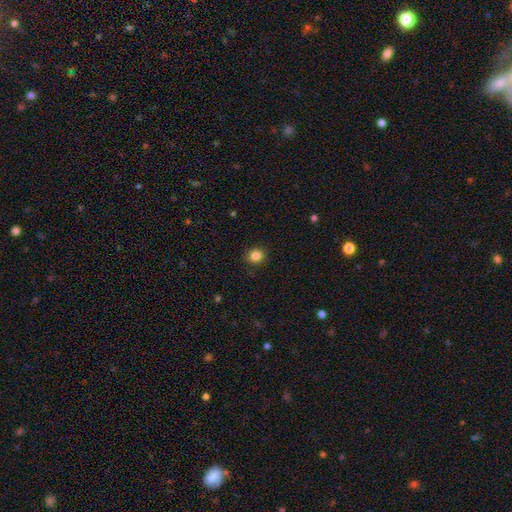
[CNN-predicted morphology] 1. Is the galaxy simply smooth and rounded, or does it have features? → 85% smooth, 11% star or artifact, 4% featured or disk.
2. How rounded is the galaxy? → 78% round, 21% in between, 1% cigar-shaped.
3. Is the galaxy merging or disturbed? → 90% none, 7% minor disturbance, 2% major disturbance, 1% merger.